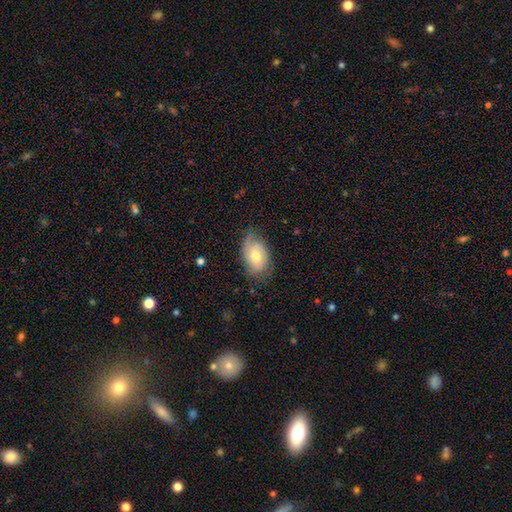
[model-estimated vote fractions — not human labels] smooth-or-featured: smooth: 47% | featured or disk: 46% | star or artifact: 7%
  merging: none: 67% | minor disturbance: 25% | major disturbance: 7% | merger: 1%